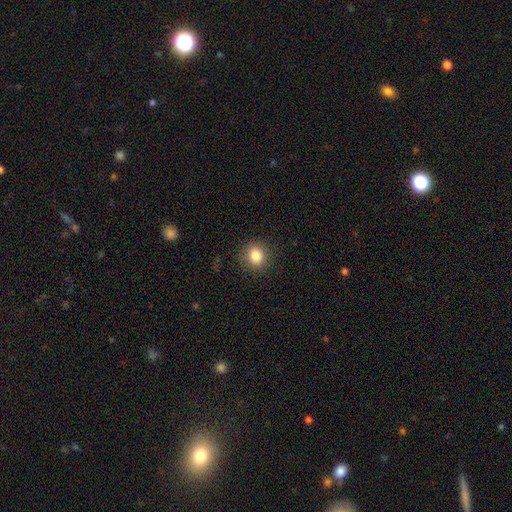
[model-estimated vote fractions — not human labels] smooth 84%, star or artifact 10%, featured or disk 6%. Down the decision tree: how rounded — round (82%); merging — none (89%).